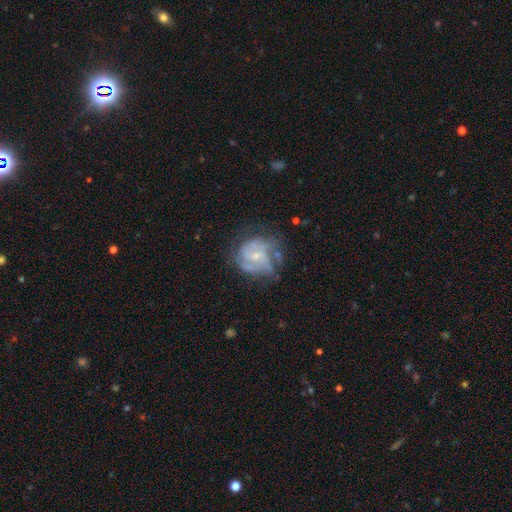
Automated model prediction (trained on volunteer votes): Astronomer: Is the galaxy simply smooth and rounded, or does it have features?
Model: featured or disk — 77%.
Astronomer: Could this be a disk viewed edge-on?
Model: no — 98%.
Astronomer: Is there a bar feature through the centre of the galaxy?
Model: no — 64%.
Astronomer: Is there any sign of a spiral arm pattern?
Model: yes — 87%.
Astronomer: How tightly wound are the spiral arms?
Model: tight — 45% (runner-up: medium, 42%).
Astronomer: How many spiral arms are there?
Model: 3 — 31% (runner-up: can't tell, 30%).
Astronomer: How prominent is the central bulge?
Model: small — 70%.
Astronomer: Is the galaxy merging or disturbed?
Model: none — 54%.